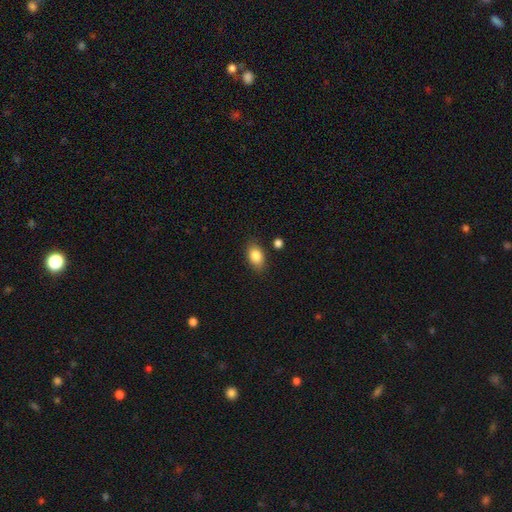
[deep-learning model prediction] Overall: smooth (84%). How rounded: in between (86%). Merging: none (83%).